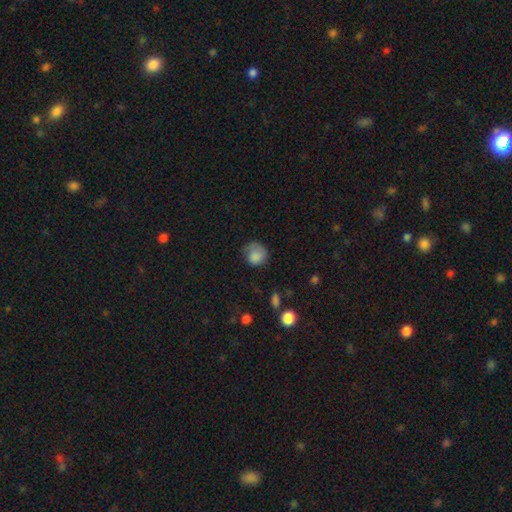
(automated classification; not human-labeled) The model was most divided on "merging": none: 49%, minor disturbance: 29%, major disturbance: 19%, merger: 2%. More confident: smooth or featured — smooth (80%); how rounded — round (80%).